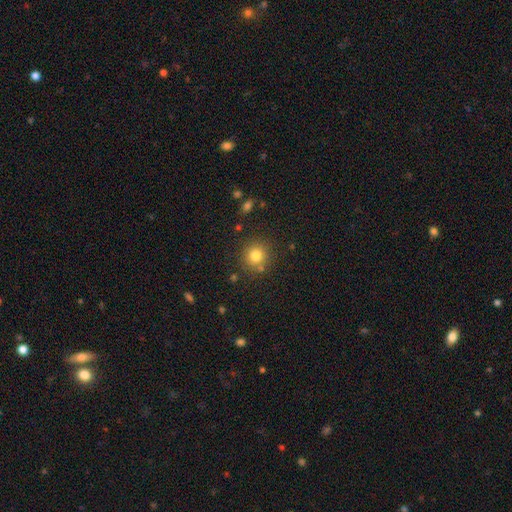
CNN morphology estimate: Smooth or featured? Predicted: smooth (p=0.79). How rounded? Predicted: round (p=0.91). Merging? Predicted: none (p=0.81).